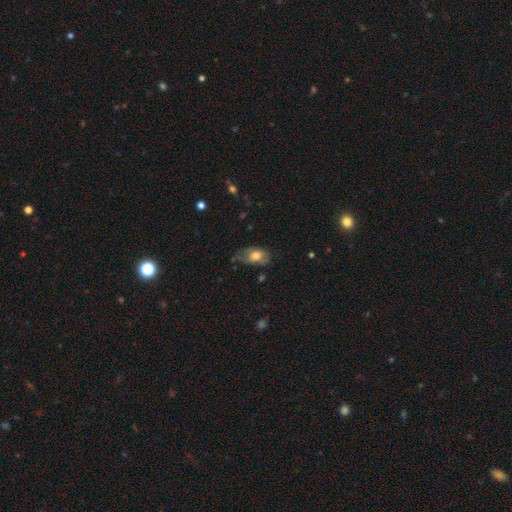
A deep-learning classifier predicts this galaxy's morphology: Smooth or featured? Predicted: smooth (p=0.67). How rounded? Predicted: in between (p=0.88). Merging? Predicted: none (p=0.47).